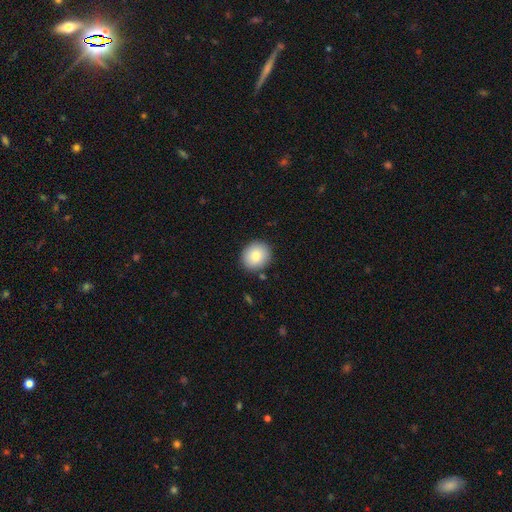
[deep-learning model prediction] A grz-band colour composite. It shows a smooth galaxy with no disk features (81%) that is round (78%). Merging: none (87%).